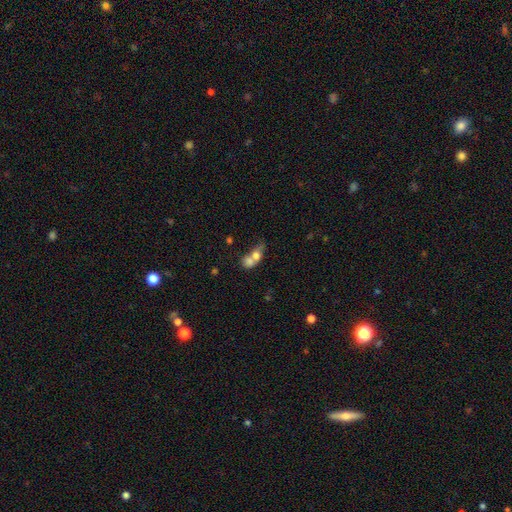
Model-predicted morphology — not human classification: Overall: smooth (69%). How rounded: in between (53%; round 41%). Merging: merger (72%).